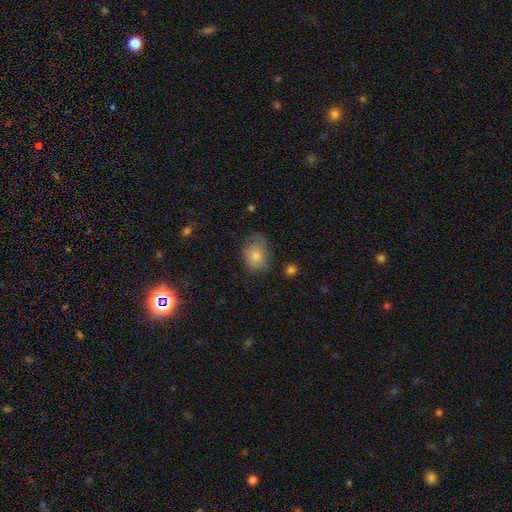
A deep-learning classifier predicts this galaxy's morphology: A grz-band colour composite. It shows a smooth galaxy with no disk features (65%) that is in between round and cigar-shaped (72%). Merging: none (53%).